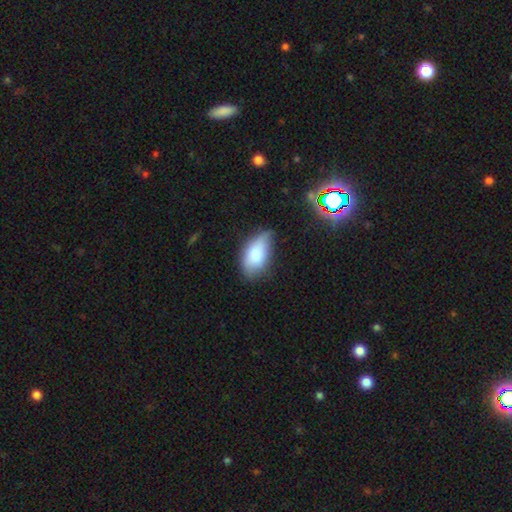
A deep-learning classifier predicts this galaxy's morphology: A smooth galaxy with no disk features (79%) that is in between round and cigar-shaped (90%). Merging: none (50%).